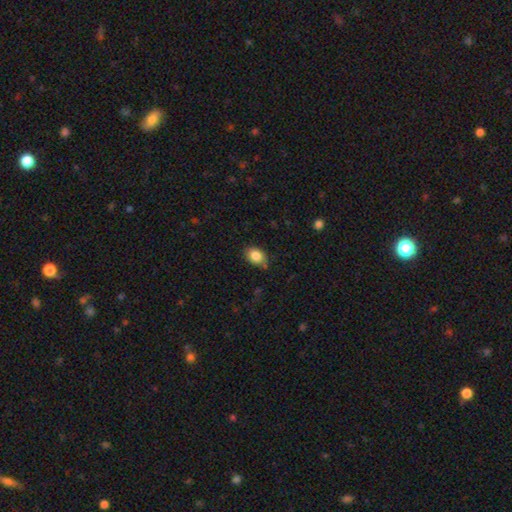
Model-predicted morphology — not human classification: Smooth or featured? Predicted: smooth (p=0.85). How rounded? Predicted: in between (p=0.69). Merging? Predicted: none (p=0.75).